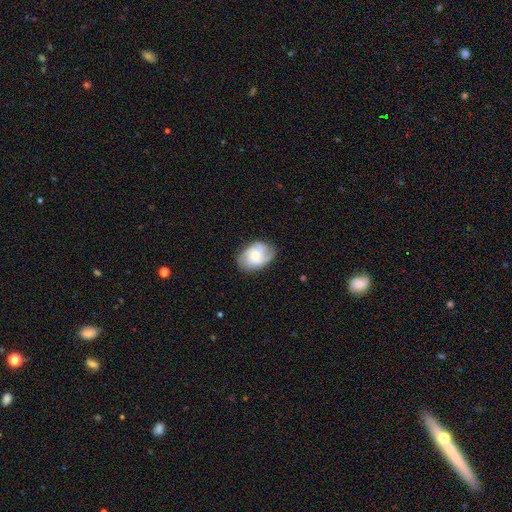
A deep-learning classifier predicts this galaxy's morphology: type=featured or disk (61%); edge-on=no (97%); bar=no (70%); spiral arms=yes (92%); winding=medium (44%); arm count=3 (33%); bulge=small (55%); merging=none (75%).